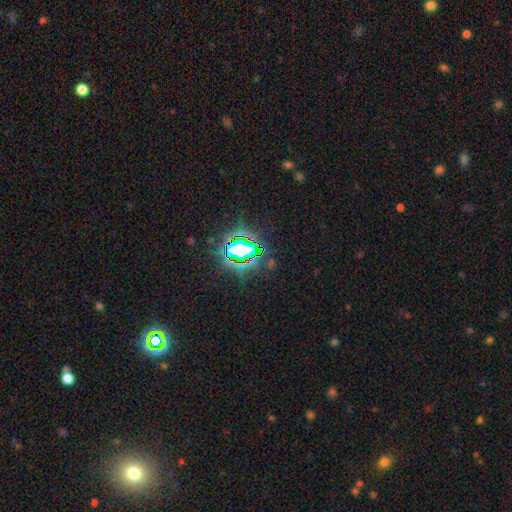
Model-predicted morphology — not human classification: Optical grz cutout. It shows a star or artifact, not a galaxy (82%).